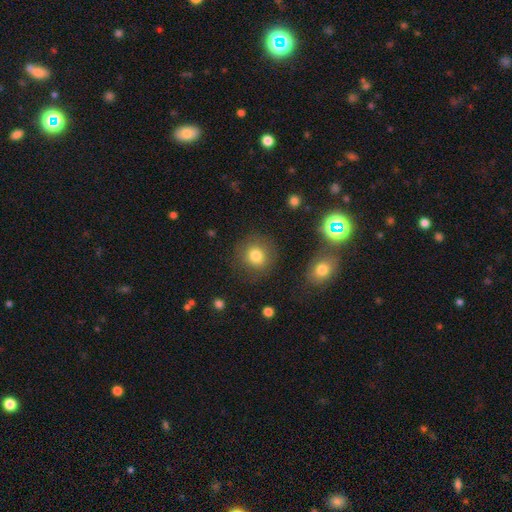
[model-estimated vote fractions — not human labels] smooth 79%, star or artifact 12%, featured or disk 9%. Down the decision tree: how rounded — round (88%); merging — none (83%).